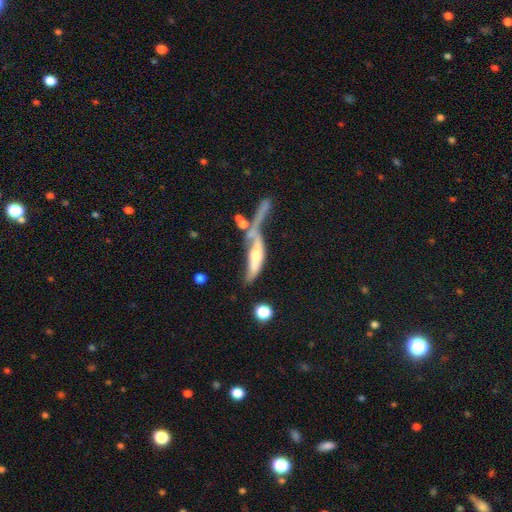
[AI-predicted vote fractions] Smooth or featured: featured or disk — 58% (smooth — 33%)
Edge-on disk: no — 51% (yes — 49%)
Merging: merger — 40% (major disturbance — 30%)